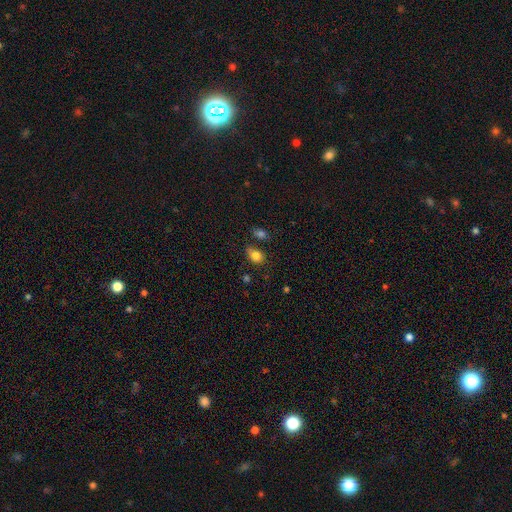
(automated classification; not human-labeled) smooth 81%, star or artifact 11%, featured or disk 7%. Down the decision tree: how rounded — in between (61%); merging — none (56%).